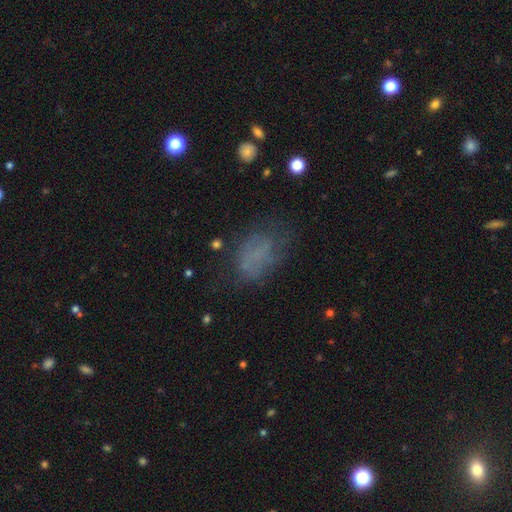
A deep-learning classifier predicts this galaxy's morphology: Smooth or featured? smooth (57%)
How rounded? in between (81%)
Merging? none (53%)